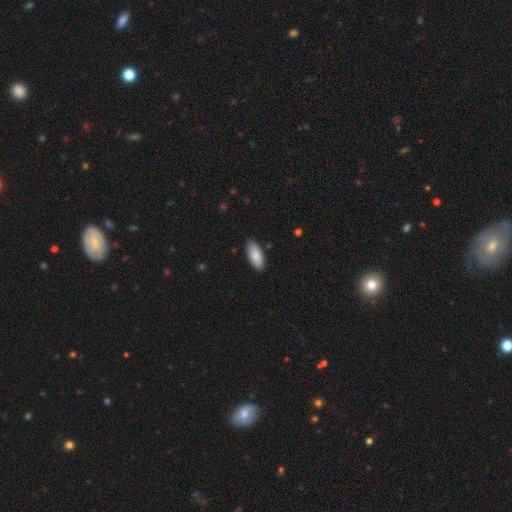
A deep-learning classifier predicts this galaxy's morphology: smooth_or_featured: smooth (p=0.87) [alt: featured or disk p=0.08]
how_rounded: in between (p=0.88) [alt: cigar-shaped p=0.11]
merging: none (p=0.87) [alt: minor disturbance p=0.10]